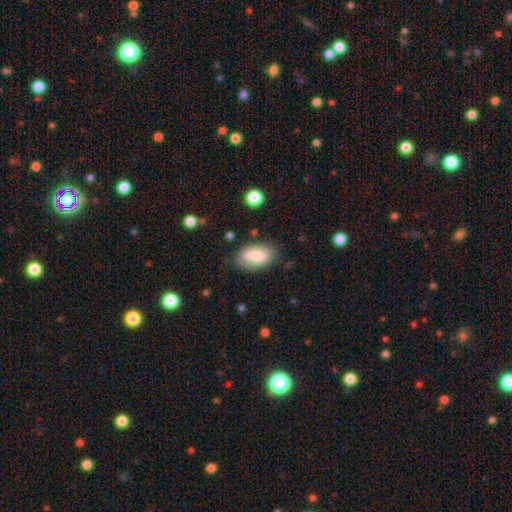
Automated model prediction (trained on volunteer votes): smooth_or_featured: smooth (p=0.81) [alt: featured or disk p=0.12]
how_rounded: in between (p=0.93) [alt: round p=0.05]
merging: none (p=0.79) [alt: minor disturbance p=0.15]